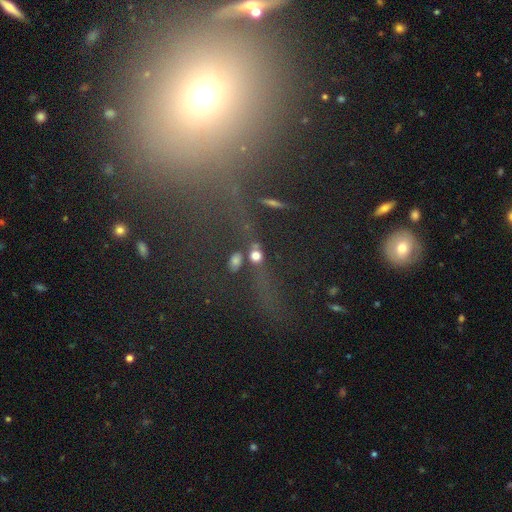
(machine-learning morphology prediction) Overall: smooth (65%). How rounded: round (46%; in between 44%). Merging: none (57%; merger 20%).